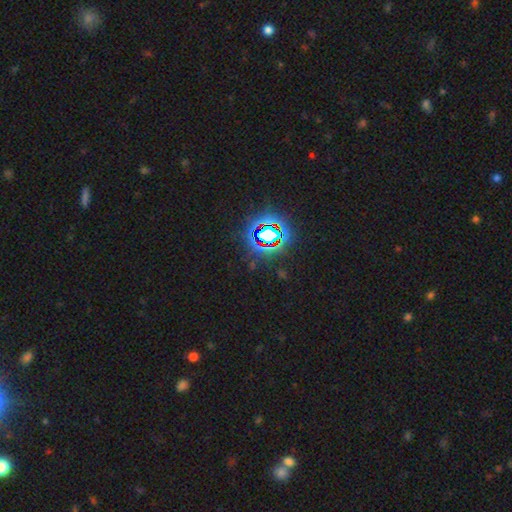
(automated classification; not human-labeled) Smooth or featured? star or artifact (81%)